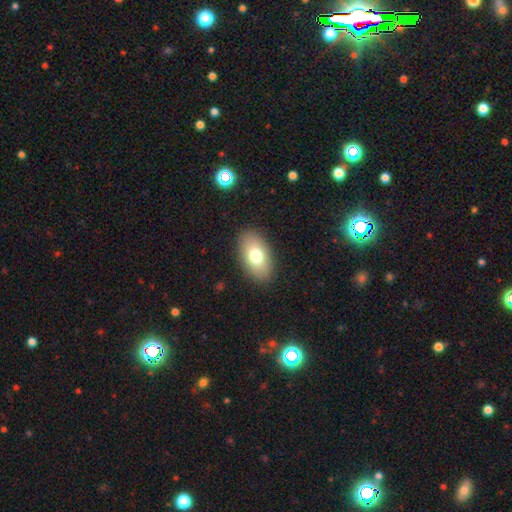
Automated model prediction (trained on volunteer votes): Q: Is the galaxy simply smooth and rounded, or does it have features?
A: smooth — 74%.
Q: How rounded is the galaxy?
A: in between — 92%.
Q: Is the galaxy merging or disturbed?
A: none — 89%.